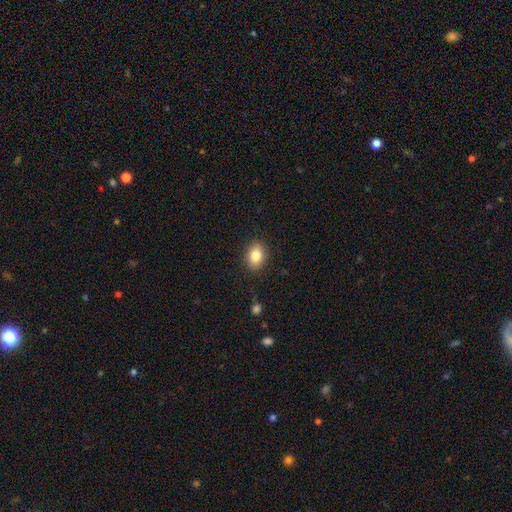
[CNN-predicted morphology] smooth 83%, star or artifact 8%, featured or disk 8%. Down the decision tree: how rounded — in between (73%); merging — none (87%).